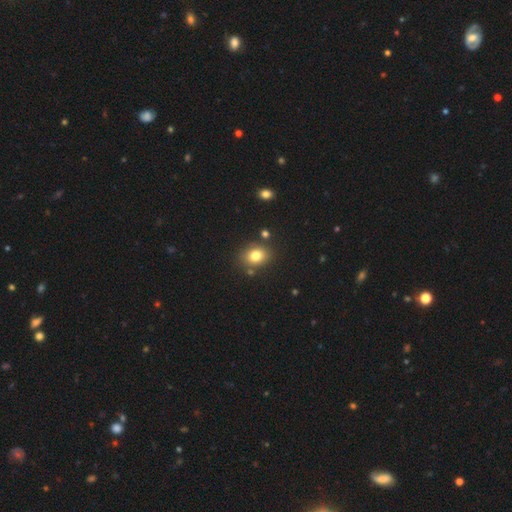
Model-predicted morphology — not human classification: This is likely a smooth galaxy (79%). How rounded: possibly in between (54%). Merging: likely none (79%).